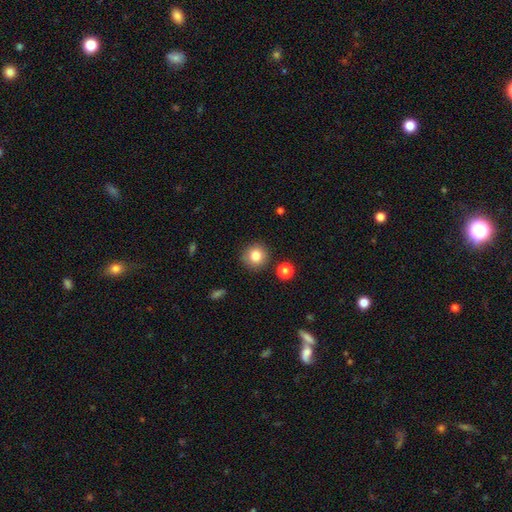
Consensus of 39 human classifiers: Overall: smooth (87%). How rounded: round (91%). Merging: none (92%).